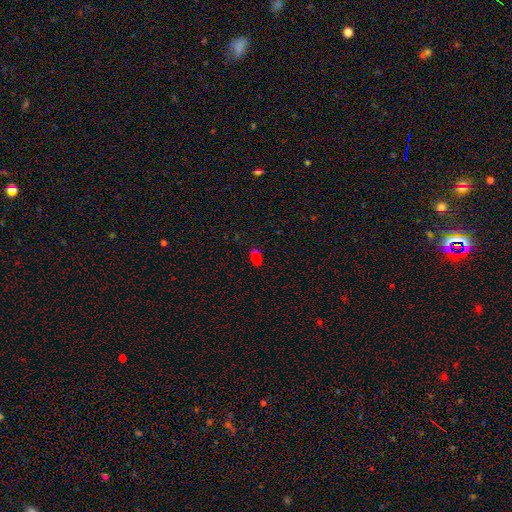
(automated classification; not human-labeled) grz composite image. It shows a smooth galaxy with no disk features (65%) that is in between round and cigar-shaped (79%). Merging: none (54%).